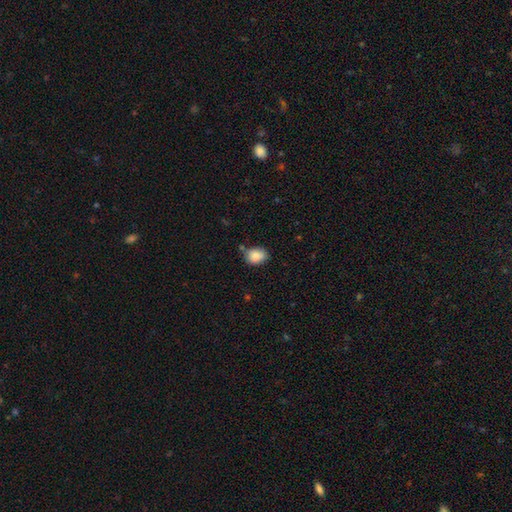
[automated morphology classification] This appears to be a smooth galaxy with no disk features (87%) that is in between round and cigar-shaped (63%). Merging: none (71%).